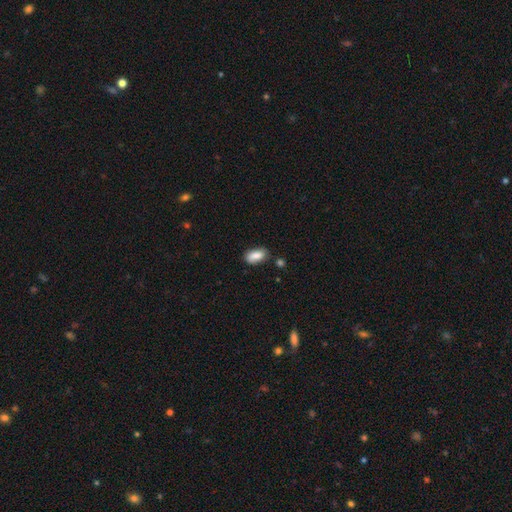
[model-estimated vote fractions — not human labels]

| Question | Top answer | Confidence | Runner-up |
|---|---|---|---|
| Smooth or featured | smooth | 84% | featured or disk (8%) |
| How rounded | in between | 90% | cigar-shaped (6%) |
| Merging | none | 75% | minor disturbance (17%) |